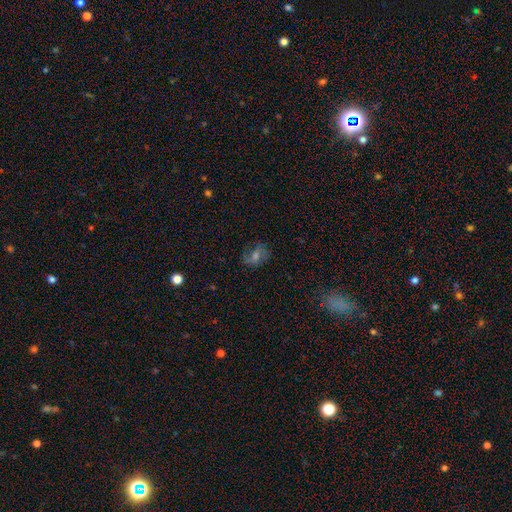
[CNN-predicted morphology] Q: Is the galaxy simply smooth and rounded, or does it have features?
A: featured or disk — 43%.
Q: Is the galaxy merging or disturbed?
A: none — 71%.